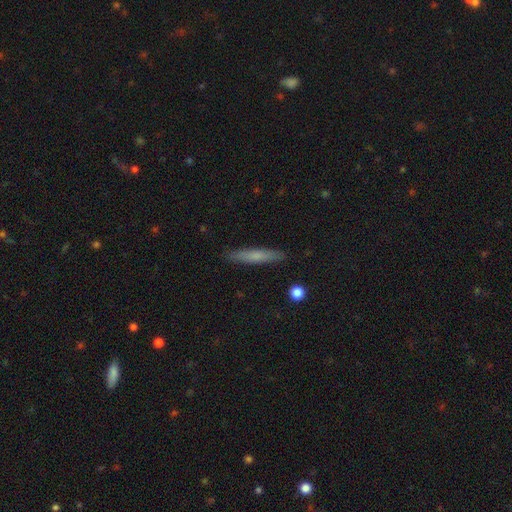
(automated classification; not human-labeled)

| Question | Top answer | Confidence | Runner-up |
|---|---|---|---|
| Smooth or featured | smooth | 61% | featured or disk (32%) |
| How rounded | cigar-shaped | 93% | in between (5%) |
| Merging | none | 90% | minor disturbance (8%) |